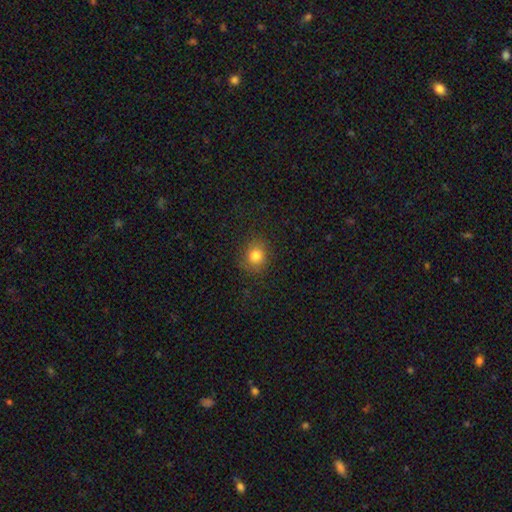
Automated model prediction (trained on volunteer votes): Morphology: type=smooth (81%); roundness=round (81%); merging=none (86%).